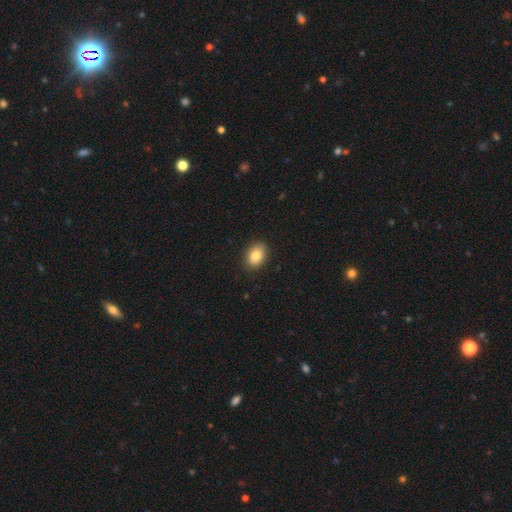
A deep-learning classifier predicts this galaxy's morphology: type=smooth (85%); roundness=in between (80%); merging=none (88%).